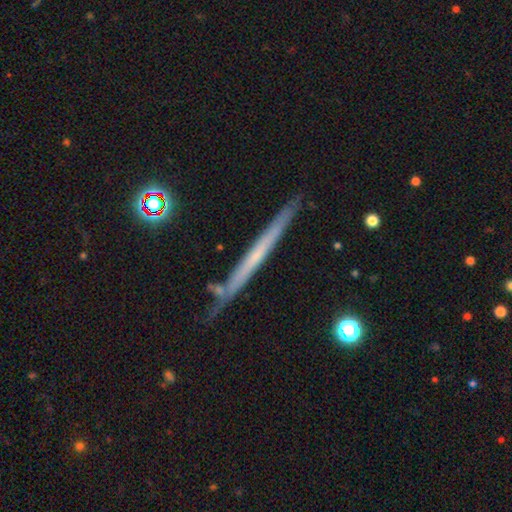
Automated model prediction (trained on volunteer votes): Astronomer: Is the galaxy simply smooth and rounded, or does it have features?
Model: featured or disk — 58% (runner-up: smooth, 34%).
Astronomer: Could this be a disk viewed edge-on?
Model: yes — 96%.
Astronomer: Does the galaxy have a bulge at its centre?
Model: none — 86%.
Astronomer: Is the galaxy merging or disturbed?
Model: none — 84%.